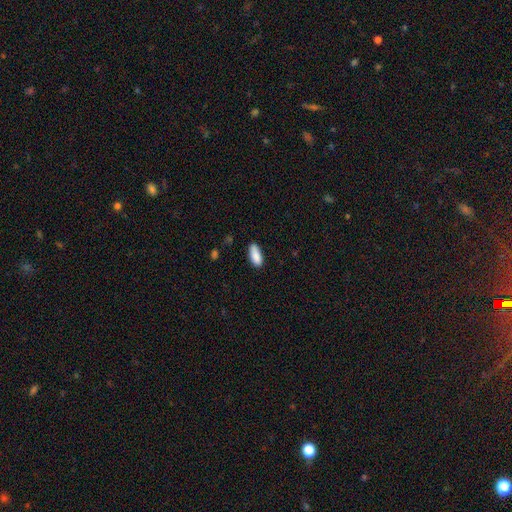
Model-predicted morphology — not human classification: The model was most divided on "merging": none: 77%, minor disturbance: 18%, major disturbance: 3%, merger: 2%. More confident: smooth or featured — smooth (88%); how rounded — in between (81%).